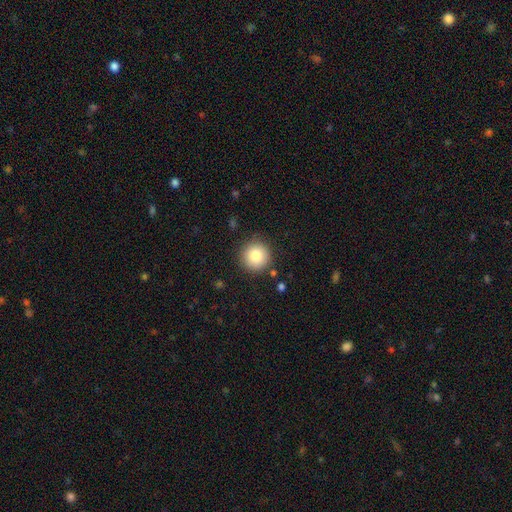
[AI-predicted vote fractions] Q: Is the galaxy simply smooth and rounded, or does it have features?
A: smooth — 84%.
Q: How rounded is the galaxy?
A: round — 95%.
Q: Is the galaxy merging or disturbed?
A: none — 89%.